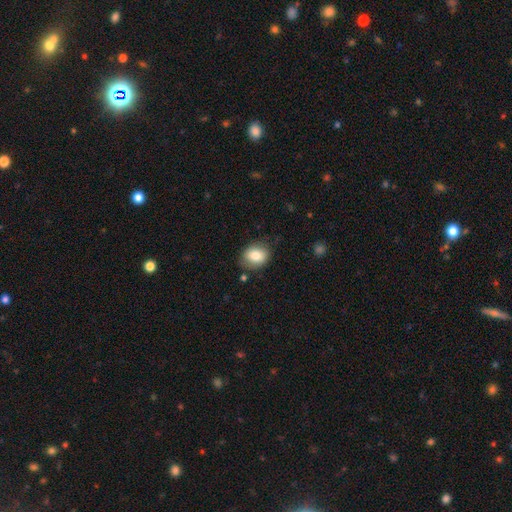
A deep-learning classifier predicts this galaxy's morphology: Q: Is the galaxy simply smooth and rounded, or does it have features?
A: smooth — 79%.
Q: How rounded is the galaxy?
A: in between — 52%.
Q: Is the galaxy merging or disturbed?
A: none — 78%.